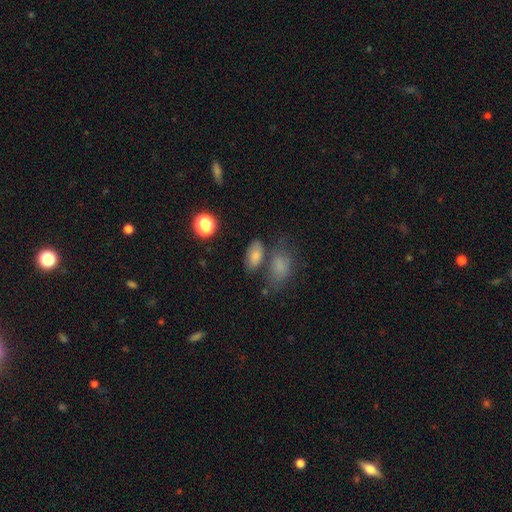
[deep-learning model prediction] smooth 79%, star or artifact 11%, featured or disk 10%. Down the decision tree: how rounded — in between (90%); merging — none (58%).